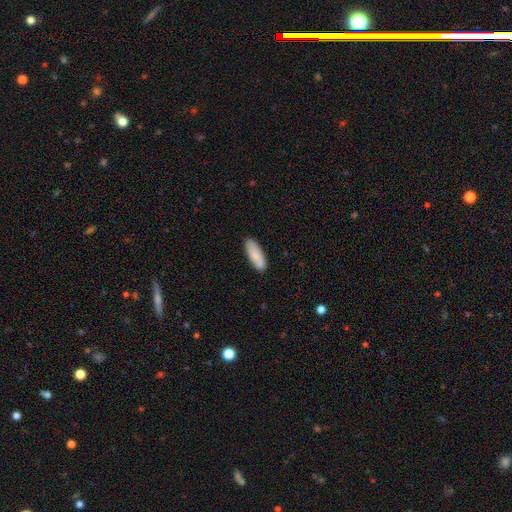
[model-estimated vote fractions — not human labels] Q: Smooth or featured?
A: smooth (81%); runner-up: featured or disk (13%)
Q: How rounded?
A: in between (68%); runner-up: cigar-shaped (31%)
Q: Merging?
A: none (74%); runner-up: minor disturbance (16%)